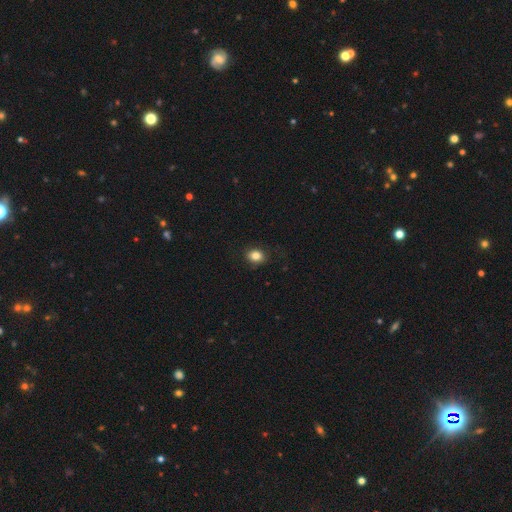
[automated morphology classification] Smooth or featured? Predicted: smooth (p=0.84). How rounded? Predicted: in between (p=0.52). Merging? Predicted: none (p=0.85).